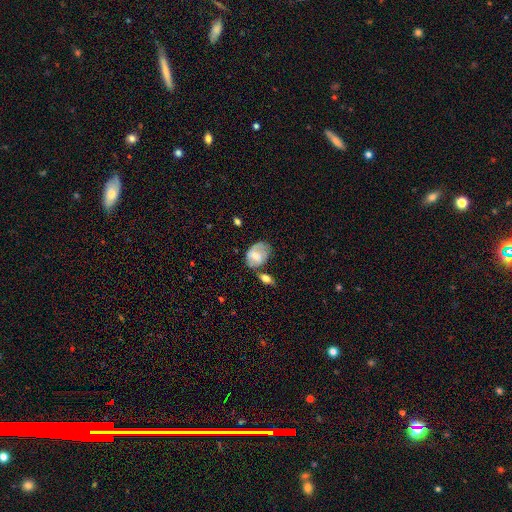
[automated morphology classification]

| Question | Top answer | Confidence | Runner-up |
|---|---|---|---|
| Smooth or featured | smooth | 49% | featured or disk (43%) |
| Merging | none | 41% | minor disturbance (28%) |